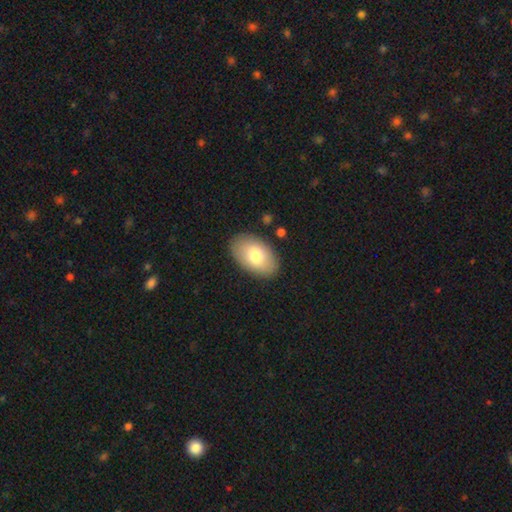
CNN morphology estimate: Smooth or featured?
  - smooth: 77% *
  - featured or disk: 17%
  - star or artifact: 6%
How rounded?
  - in between: 93% *
  - round: 6%
  - cigar-shaped: 1%
Merging?
  - none: 86% *
  - minor disturbance: 10%
  - major disturbance: 3%
  - merger: 2%